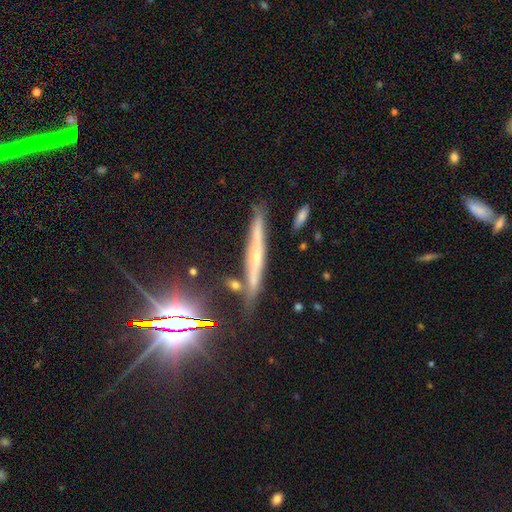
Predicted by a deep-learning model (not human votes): Smooth or featured? featured or disk (56%)
Edge-on disk? yes (93%)
Edge-on bulge? rounded (48%)
Merging? none (80%)